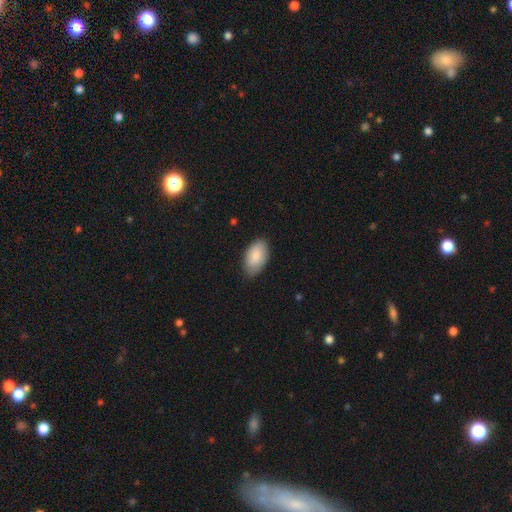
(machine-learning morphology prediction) Smooth or featured? smooth (87%)
How rounded? in between (95%)
Merging? none (80%)